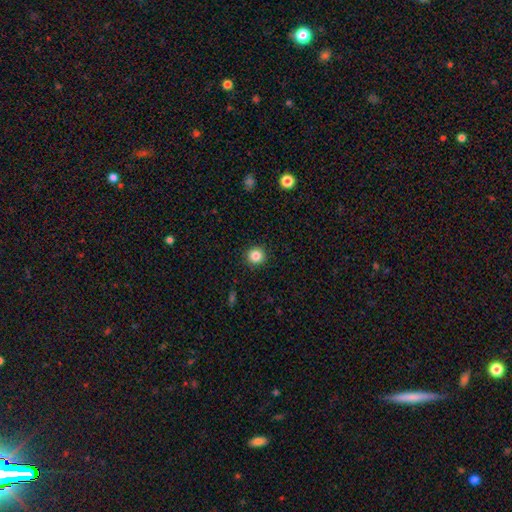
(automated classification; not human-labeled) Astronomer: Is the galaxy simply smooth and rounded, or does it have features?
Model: smooth — 85%.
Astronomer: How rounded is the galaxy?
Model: round — 95%.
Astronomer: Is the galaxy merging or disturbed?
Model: none — 92%.